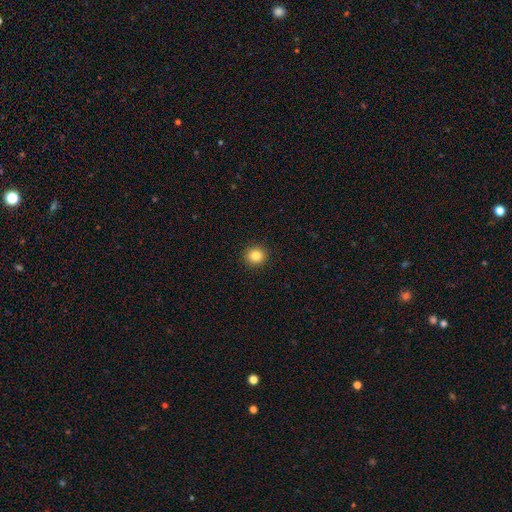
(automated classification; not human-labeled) Smooth or featured?
  - smooth: 84% *
  - star or artifact: 10%
  - featured or disk: 5%
How rounded?
  - round: 90% *
  - in between: 9%
  - cigar-shaped: 1%
Merging?
  - none: 93% *
  - minor disturbance: 5%
  - major disturbance: 2%
  - merger: 1%